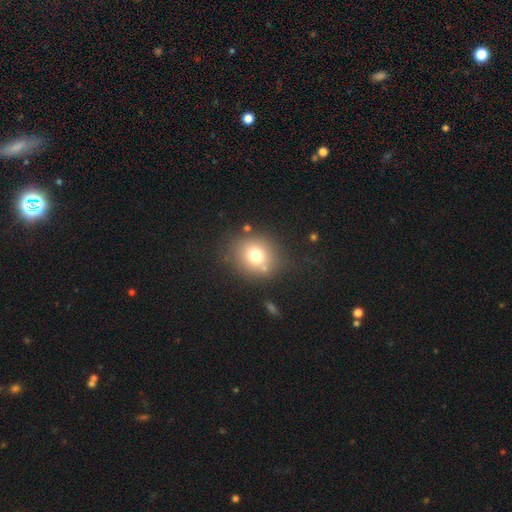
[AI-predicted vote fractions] Overall: smooth (74%). How rounded: round (75%). Merging: none (78%).